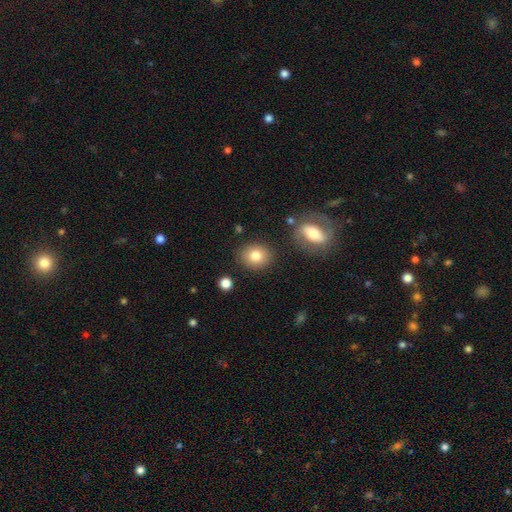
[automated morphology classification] Q: Smooth or featured?
A: smooth (81%); runner-up: featured or disk (10%)
Q: How rounded?
A: round (66%); runner-up: in between (33%)
Q: Merging?
A: none (85%); runner-up: minor disturbance (9%)